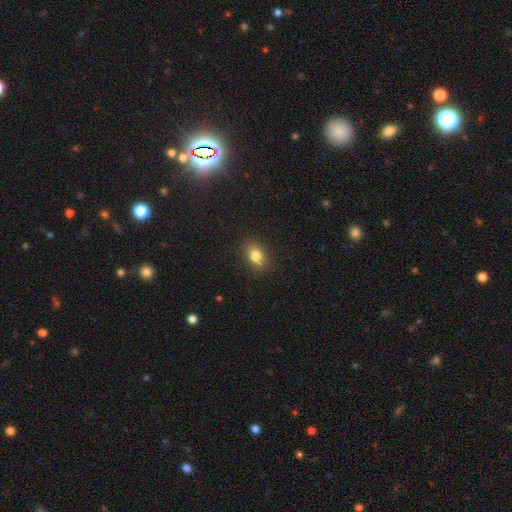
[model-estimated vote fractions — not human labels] Smooth or featured?
  - smooth: 83% *
  - star or artifact: 10%
  - featured or disk: 7%
How rounded?
  - in between: 80% *
  - round: 18%
  - cigar-shaped: 2%
Merging?
  - none: 87% *
  - minor disturbance: 9%
  - major disturbance: 3%
  - merger: 1%